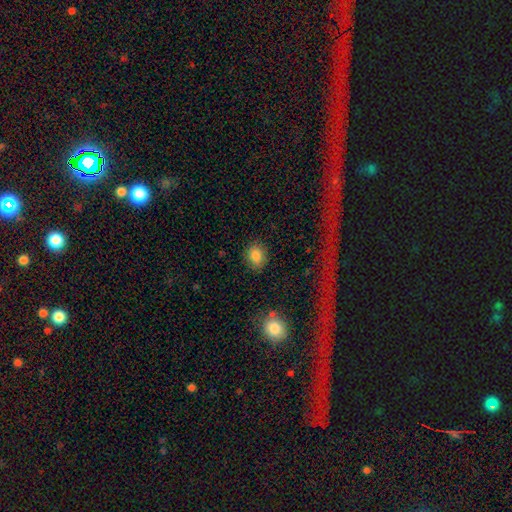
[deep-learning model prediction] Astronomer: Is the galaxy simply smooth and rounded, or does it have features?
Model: smooth — 84%.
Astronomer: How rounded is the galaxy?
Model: round — 60% (runner-up: in between, 39%).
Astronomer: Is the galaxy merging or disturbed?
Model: none — 87%.